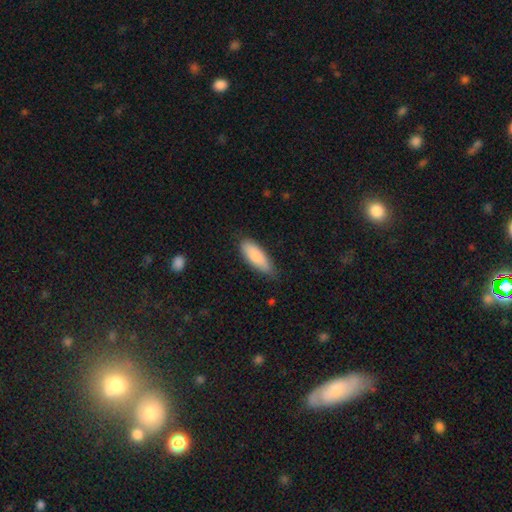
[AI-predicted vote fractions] The model was most divided on "how rounded": in between: 68%, cigar-shaped: 30%, round: 2%. More confident: smooth or featured — smooth (85%); merging — none (74%).